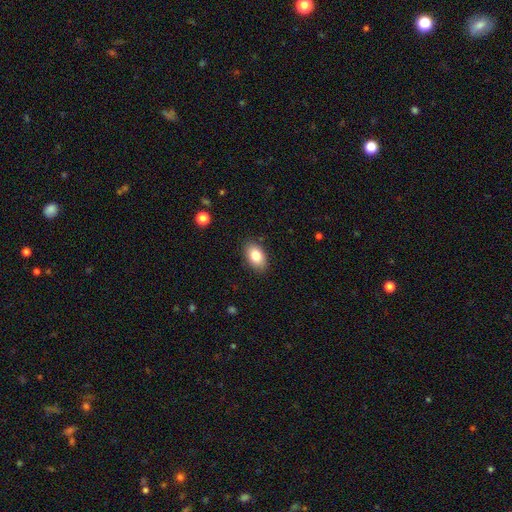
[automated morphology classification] This is clearly a smooth galaxy (83%). How rounded: clearly in between (90%). Merging: clearly none (88%).